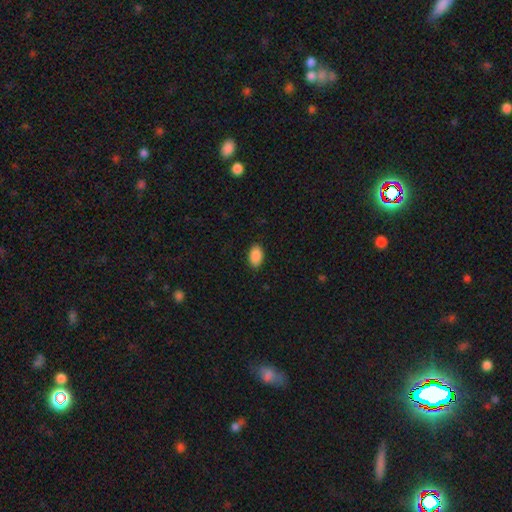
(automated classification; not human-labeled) Overall: smooth (90%). How rounded: in between (93%). Merging: none (88%).